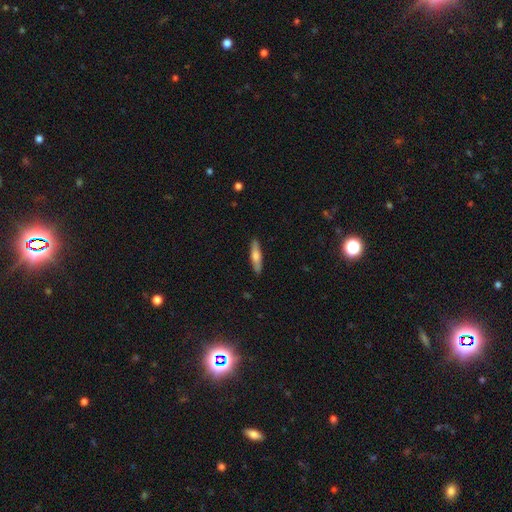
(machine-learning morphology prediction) A smooth galaxy with no disk features (62%) that is cigar-shaped (78%). Merging: none (88%).